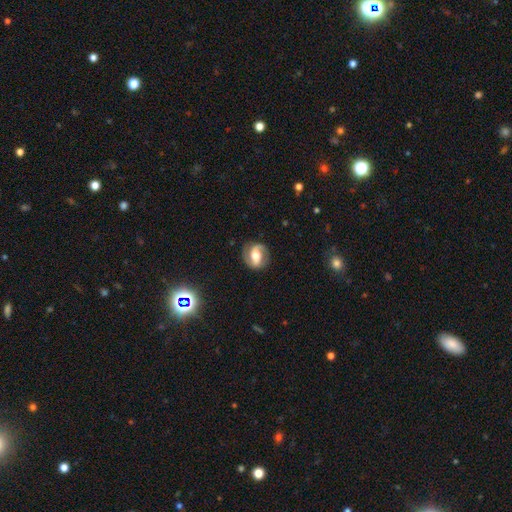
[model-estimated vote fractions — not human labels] Morphology: type=featured or disk (75%); edge-on=no (97%); bar=strong (40%); spiral arms=yes (89%); winding=medium (48%); arm count=2 (87%); bulge=moderate (63%); merging=none (81%).